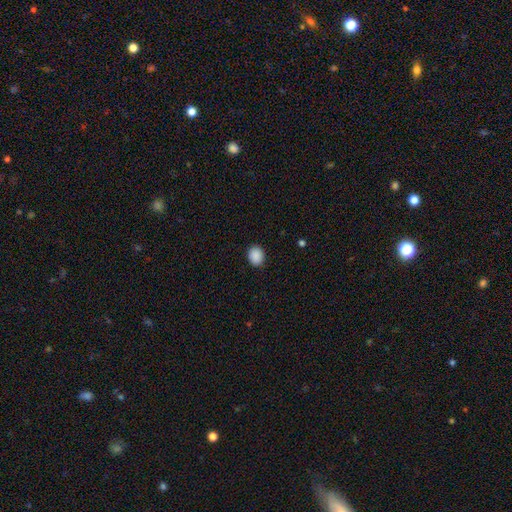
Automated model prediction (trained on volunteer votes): Smooth or featured?
  - smooth: 89% *
  - star or artifact: 8%
  - featured or disk: 2%
How rounded?
  - in between: 50% *
  - round: 49%
  - cigar-shaped: 1%
Merging?
  - none: 90% *
  - minor disturbance: 7%
  - major disturbance: 2%
  - merger: 1%